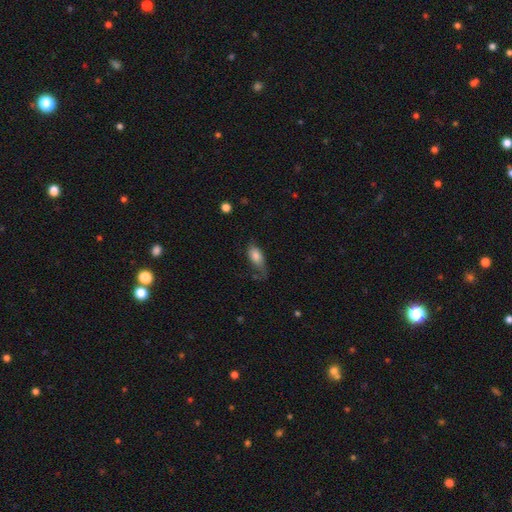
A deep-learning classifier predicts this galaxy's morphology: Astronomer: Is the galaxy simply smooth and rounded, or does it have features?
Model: smooth — 76%.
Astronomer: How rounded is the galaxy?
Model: in between — 88%.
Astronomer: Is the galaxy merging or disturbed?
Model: none — 39% (runner-up: minor disturbance, 34%).